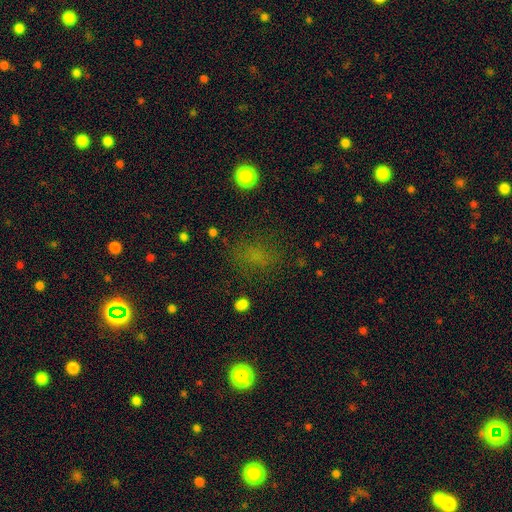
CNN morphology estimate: Overall: smooth (61%; star or artifact 28%). How rounded: in between (65%; round 32%). Merging: none (70%).